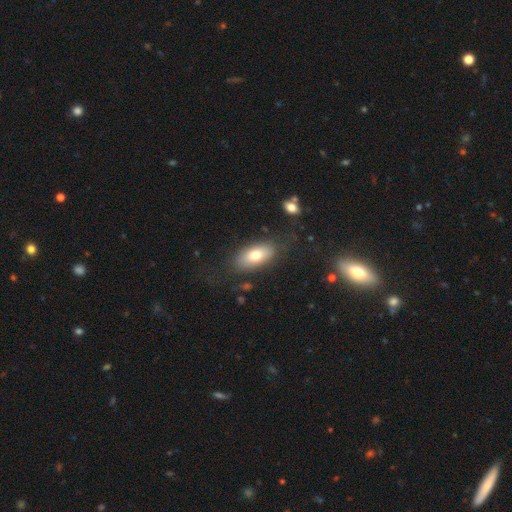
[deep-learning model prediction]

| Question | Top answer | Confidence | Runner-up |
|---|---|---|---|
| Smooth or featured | smooth | 72% | featured or disk (20%) |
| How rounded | in between | 89% | cigar-shaped (7%) |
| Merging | none | 78% | minor disturbance (14%) |